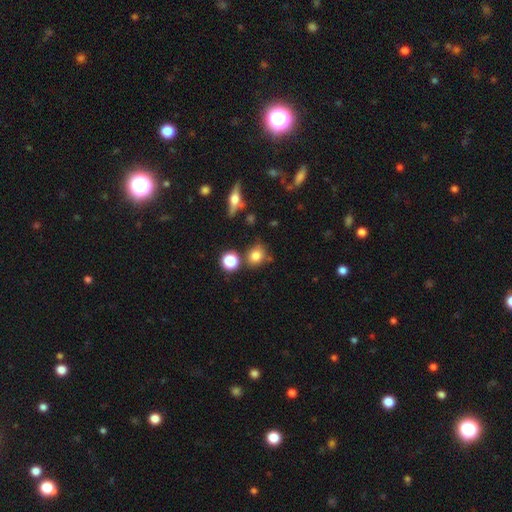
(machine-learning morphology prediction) smooth-or-featured: smooth: 78% | star or artifact: 13% | featured or disk: 9%
  how-rounded: round: 68% | in between: 30% | cigar-shaped: 2%
  merging: none: 71% | minor disturbance: 15% | merger: 10% | major disturbance: 4%